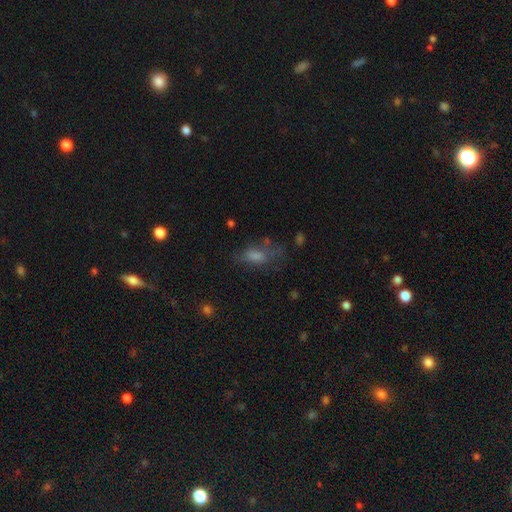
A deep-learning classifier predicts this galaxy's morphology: This is possibly a smooth galaxy (53%). How rounded: likely in between (74%). Merging: possibly none (52%).